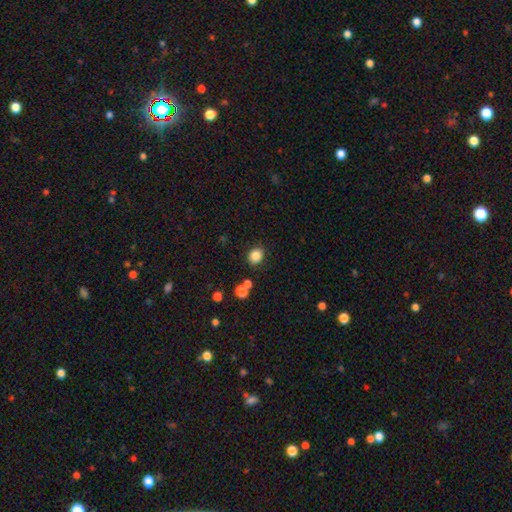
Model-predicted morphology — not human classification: A smooth galaxy with no disk features (84%) that is round (55%). Merging: none (82%).